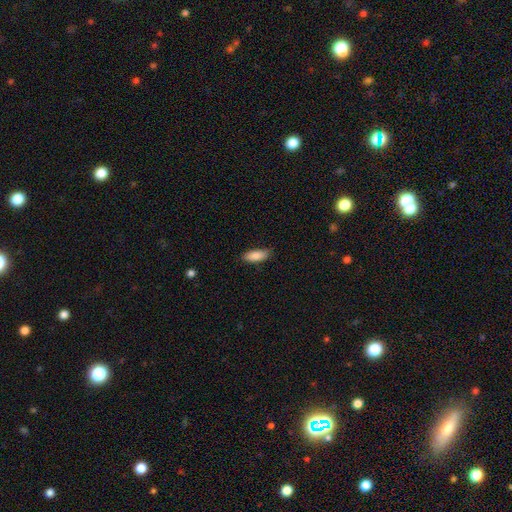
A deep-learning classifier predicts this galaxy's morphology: smooth_or_featured: smooth (p=0.88) [alt: star or artifact p=0.06]
how_rounded: in between (p=0.72) [alt: cigar-shaped p=0.26]
merging: none (p=0.84) [alt: minor disturbance p=0.12]